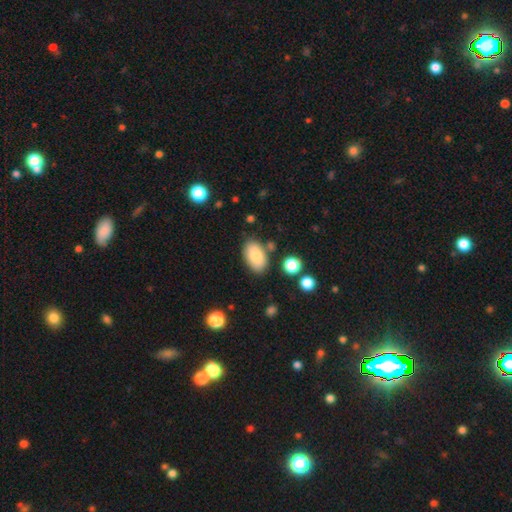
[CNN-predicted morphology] This is clearly a smooth galaxy (81%). How rounded: clearly in between (93%). Merging: likely none (79%).